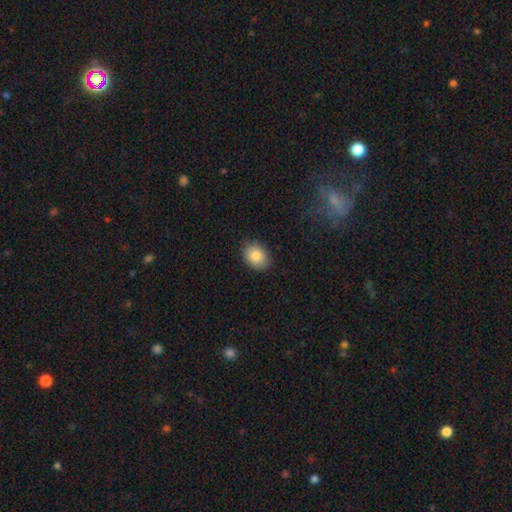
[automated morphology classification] A smooth galaxy with no disk features (84%) that is in between round and cigar-shaped (57%).

Vote fractions:
- Smooth or featured? smooth: 84% / star or artifact: 8% / featured or disk: 8%
- How rounded? in between: 57% / round: 42% / cigar-shaped: 1%
- Merging? none: 83% / minor disturbance: 13% / major disturbance: 2% / merger: 1%